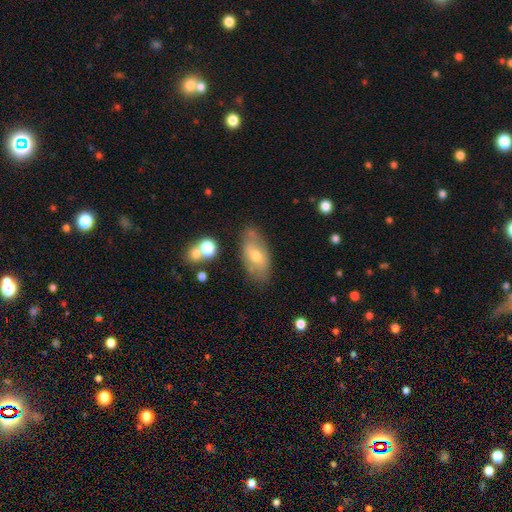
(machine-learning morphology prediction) smooth-or-featured: smooth: 52% | featured or disk: 40% | star or artifact: 8%
  how-rounded: in between: 90% | cigar-shaped: 5% | round: 5%
  merging: none: 73% | minor disturbance: 18% | major disturbance: 5% | merger: 4%